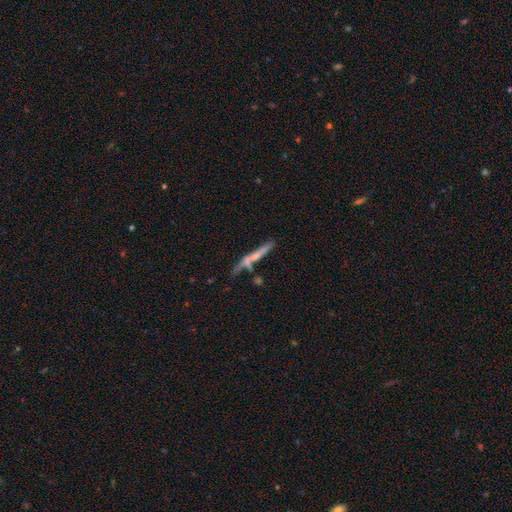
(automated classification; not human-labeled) Overall: featured or disk (53%; smooth 39%). Edge-on disk: yes (89%). Merging: none (56%; merger 19%).